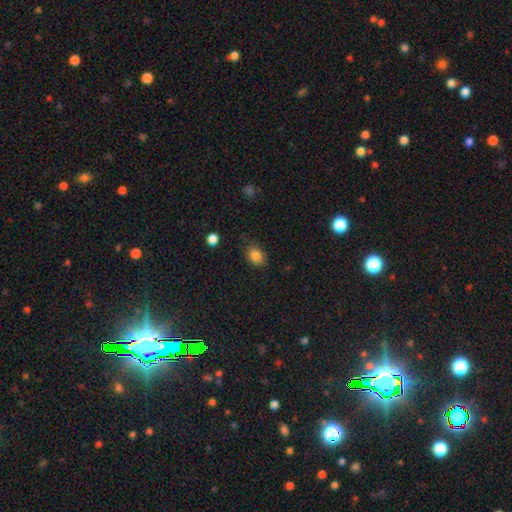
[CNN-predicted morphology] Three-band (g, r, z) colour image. It shows a smooth galaxy with no disk features (84%) that is in between round and cigar-shaped (76%). Merging: none (79%).